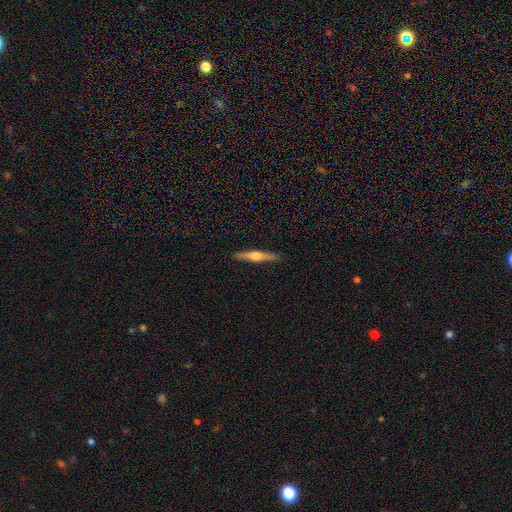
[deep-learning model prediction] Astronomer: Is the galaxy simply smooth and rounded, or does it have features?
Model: featured or disk — 63%.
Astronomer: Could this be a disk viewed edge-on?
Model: yes — 98%.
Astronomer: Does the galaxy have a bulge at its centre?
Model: rounded — 84%.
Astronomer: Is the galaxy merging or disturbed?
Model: none — 91%.